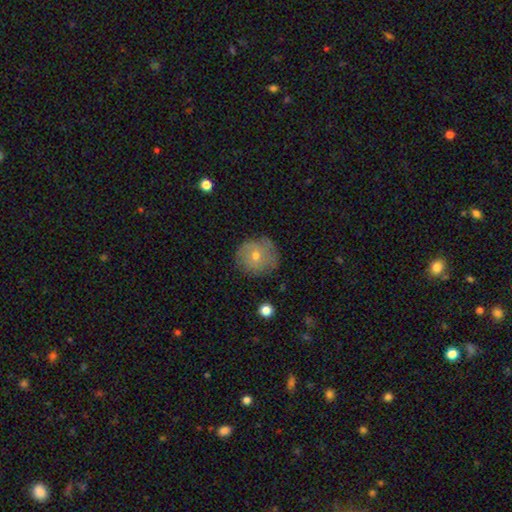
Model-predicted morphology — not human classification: Q: Smooth or featured?
A: smooth (62%); runner-up: featured or disk (29%)
Q: How rounded?
A: round (89%); runner-up: in between (10%)
Q: Merging?
A: none (73%); runner-up: minor disturbance (20%)